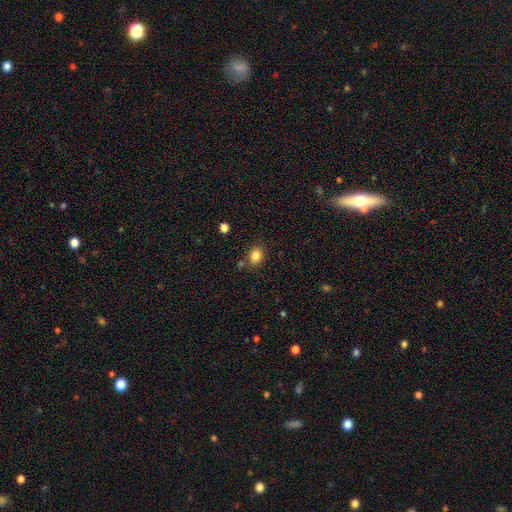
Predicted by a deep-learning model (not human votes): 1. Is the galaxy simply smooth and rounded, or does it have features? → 85% smooth, 10% star or artifact, 5% featured or disk.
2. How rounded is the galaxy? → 60% in between, 39% round, 1% cigar-shaped.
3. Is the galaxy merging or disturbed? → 78% none, 12% minor disturbance, 7% merger, 3% major disturbance.